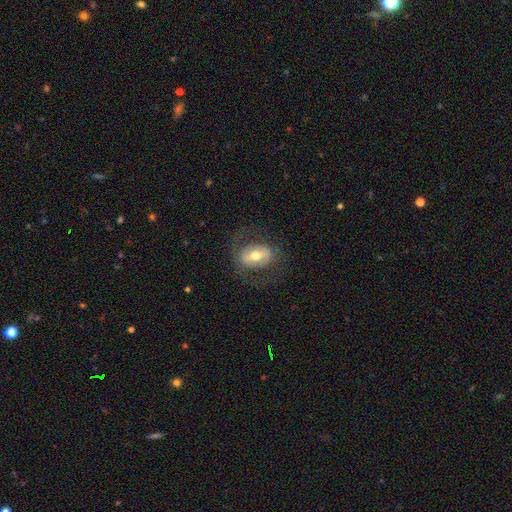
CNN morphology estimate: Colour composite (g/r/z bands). It shows a featured or disk galaxy (57%) with a strong bar (43%), no spiral arms (55%) and a moderate central bulge (71%). Merging: none (72%).